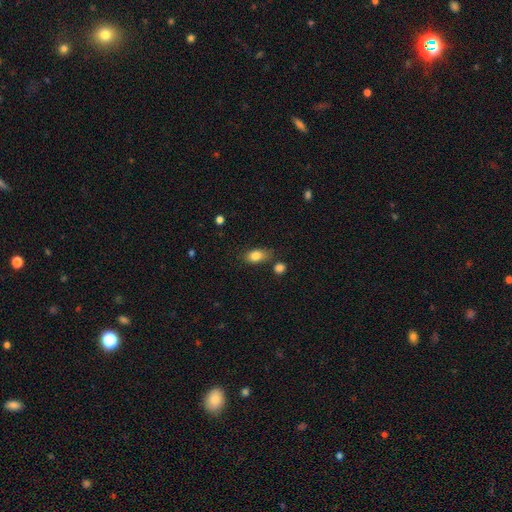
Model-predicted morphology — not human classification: smooth_or_featured: smooth (p=0.82) [alt: featured or disk p=0.09]
how_rounded: in between (p=0.85) [alt: round p=0.11]
merging: none (p=0.69) [alt: minor disturbance p=0.18]